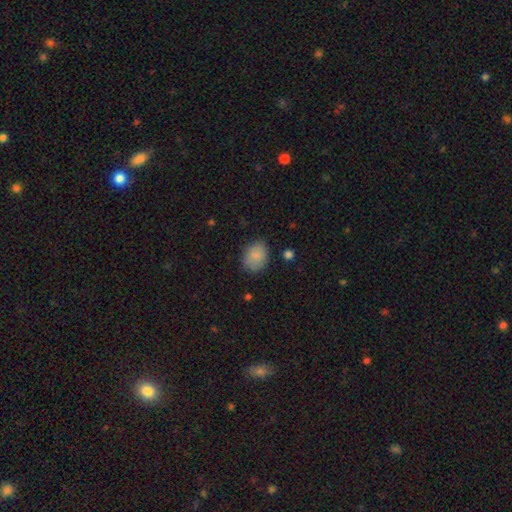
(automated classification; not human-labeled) smooth_or_featured: smooth (p=0.84) [alt: star or artifact p=0.08]
how_rounded: in between (p=0.56) [alt: round p=0.43]
merging: none (p=0.78) [alt: minor disturbance p=0.16]